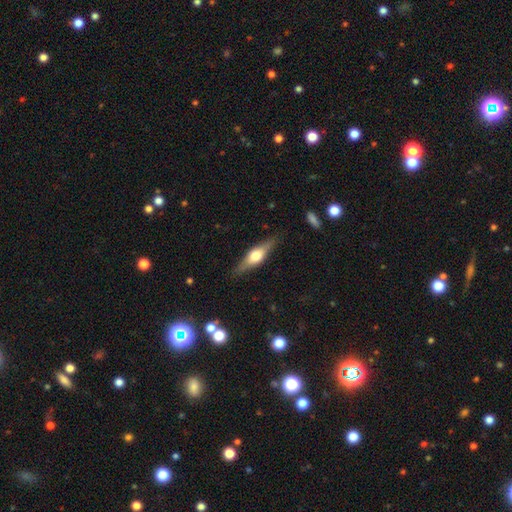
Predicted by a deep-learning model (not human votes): Smooth or featured? Predicted: featured or disk (p=0.60). Edge-on disk? Predicted: yes (p=0.94). Edge-on bulge? Predicted: rounded (p=0.91). Merging? Predicted: none (p=0.86).